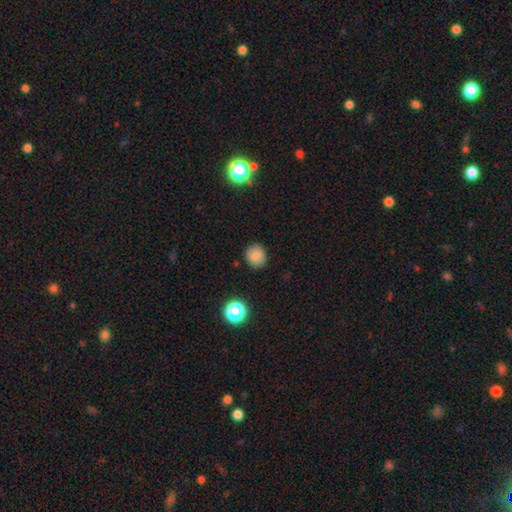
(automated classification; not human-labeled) Morphology: type=smooth (84%); roundness=round (85%); merging=none (89%).